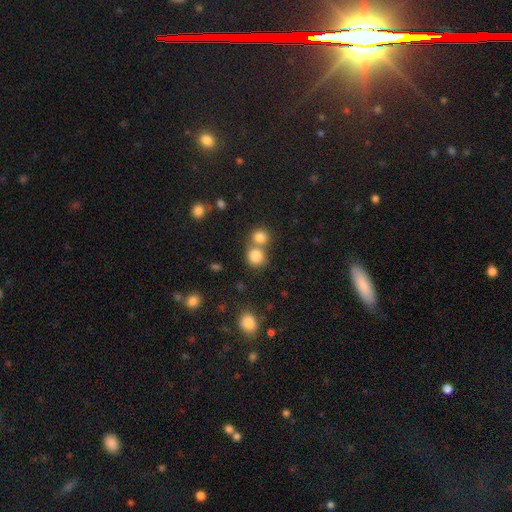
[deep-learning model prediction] Smooth or featured? Predicted: smooth (p=0.83). How rounded? Predicted: round (p=0.83). Merging? Predicted: none (p=0.48).